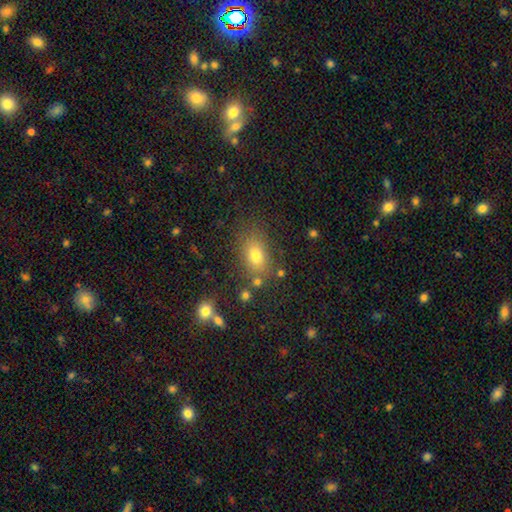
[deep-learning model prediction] Q: Smooth or featured?
A: smooth (75%); runner-up: star or artifact (13%)
Q: How rounded?
A: in between (78%); runner-up: round (20%)
Q: Merging?
A: none (75%); runner-up: minor disturbance (14%)